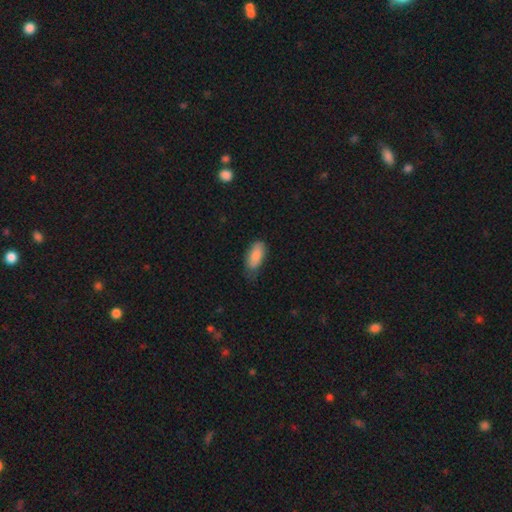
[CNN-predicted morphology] This appears to be a smooth galaxy with no disk features (87%) that is in between round and cigar-shaped (89%). Merging: none (57%).